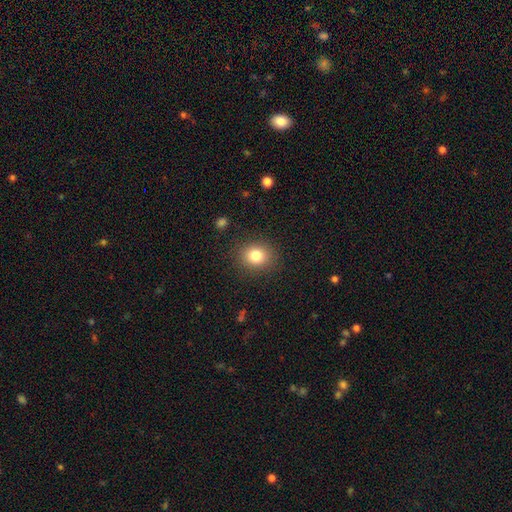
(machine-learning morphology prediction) Smooth or featured?
  - smooth: 81% *
  - star or artifact: 11%
  - featured or disk: 8%
How rounded?
  - round: 70% *
  - in between: 29%
  - cigar-shaped: 1%
Merging?
  - none: 88% *
  - minor disturbance: 8%
  - major disturbance: 3%
  - merger: 1%